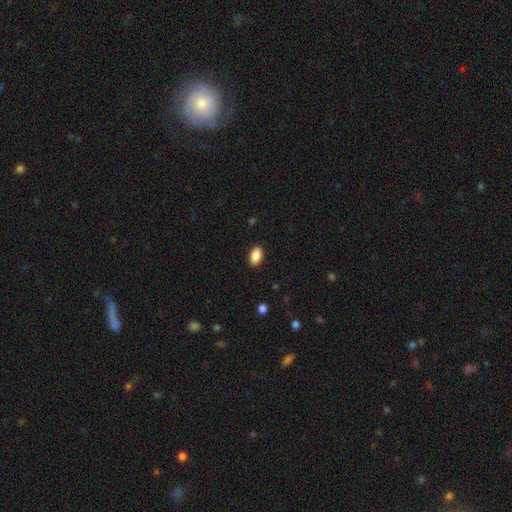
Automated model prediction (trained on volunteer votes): smooth_or_featured: smooth (p=0.88) [alt: star or artifact p=0.07]
how_rounded: in between (p=0.92) [alt: round p=0.04]
merging: none (p=0.89) [alt: minor disturbance p=0.08]